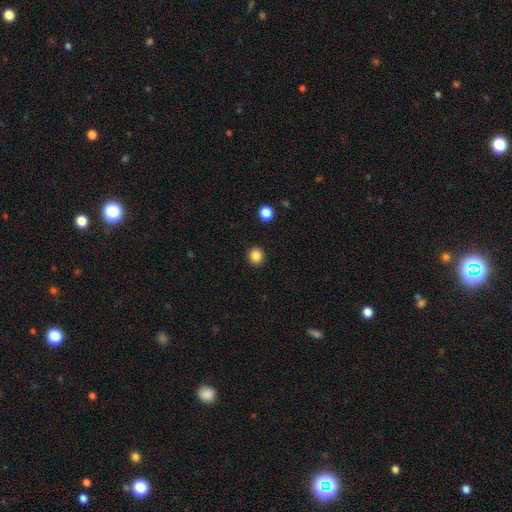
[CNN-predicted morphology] Smooth or featured? Predicted: smooth (p=0.86). How rounded? Predicted: round (p=0.91). Merging? Predicted: none (p=0.92).